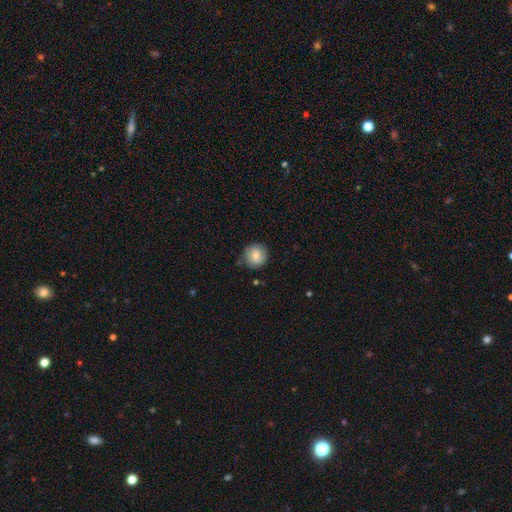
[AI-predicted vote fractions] smooth 76%, featured or disk 17%, star or artifact 8%. Down the decision tree: how rounded — round (91%); merging — none (80%).